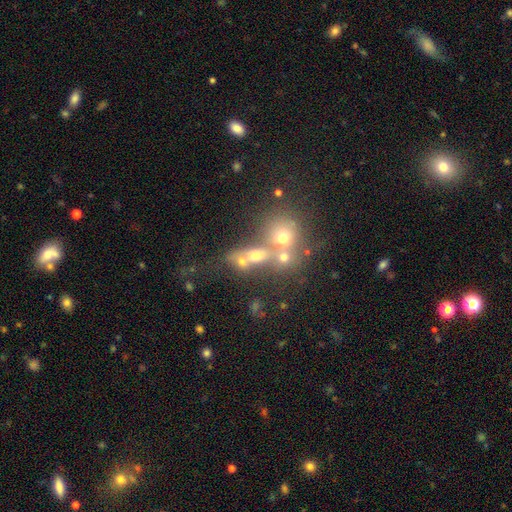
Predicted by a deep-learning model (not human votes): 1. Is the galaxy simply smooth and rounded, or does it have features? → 51% smooth, 27% featured or disk, 22% star or artifact.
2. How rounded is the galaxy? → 52% round, 42% in between, 6% cigar-shaped.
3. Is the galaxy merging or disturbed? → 52% merger, 31% none, 9% minor disturbance, 8% major disturbance.